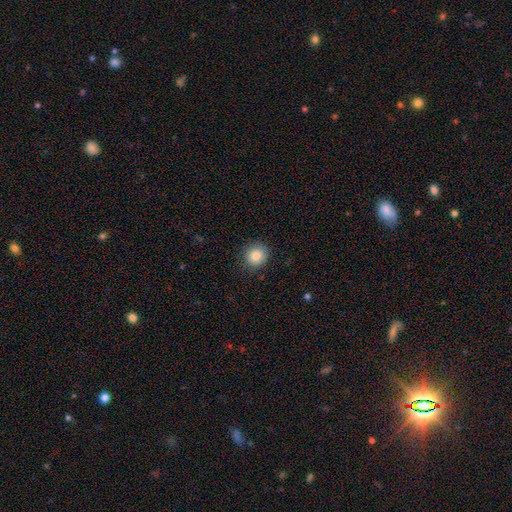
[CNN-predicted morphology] This is clearly a smooth galaxy (84%). How rounded: clearly round (88%). Merging: clearly none (88%).